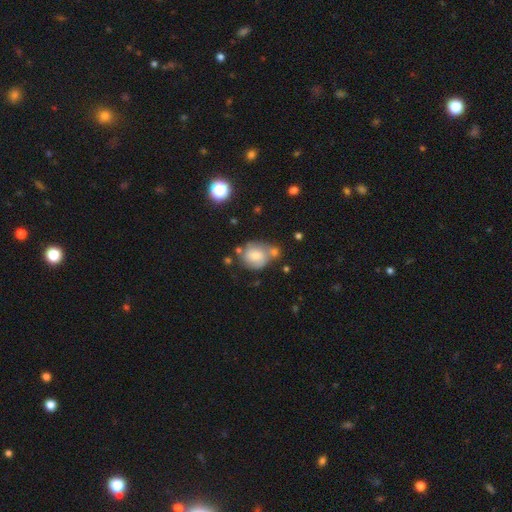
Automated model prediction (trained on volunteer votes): smooth-or-featured: smooth: 67% | featured or disk: 24% | star or artifact: 10%
  how-rounded: round: 70% | in between: 29% | cigar-shaped: 1%
  merging: none: 45% | merger: 23% | minor disturbance: 22% | major disturbance: 9%